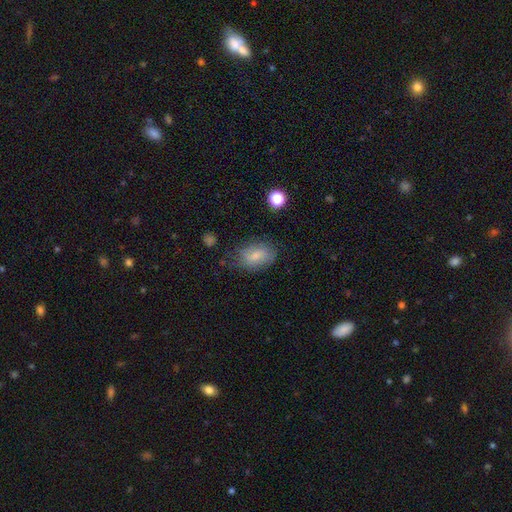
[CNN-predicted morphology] A smooth galaxy with no disk features (68%) that is in between round and cigar-shaped (85%).

Vote fractions:
- Smooth or featured? smooth: 68% / featured or disk: 23% / star or artifact: 9%
- How rounded? in between: 85% / round: 13% / cigar-shaped: 2%
- Merging? none: 67% / minor disturbance: 24% / major disturbance: 8% / merger: 2%